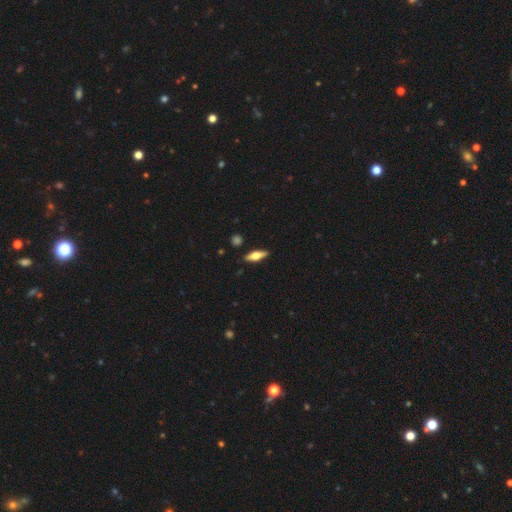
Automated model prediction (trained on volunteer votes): The model was most divided on "smooth or featured": featured or disk: 48%, smooth: 46%, star or artifact: 6%. More confident: merging — none (87%).